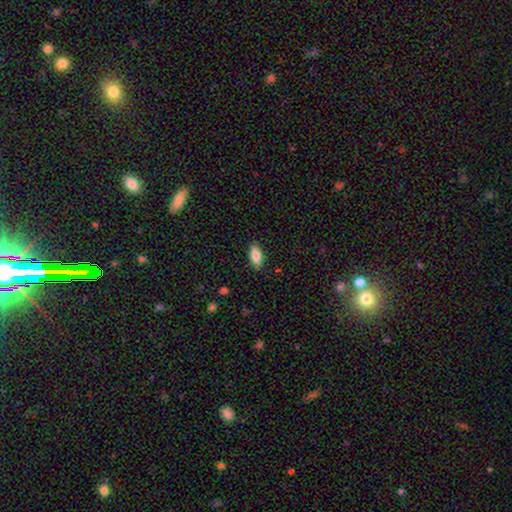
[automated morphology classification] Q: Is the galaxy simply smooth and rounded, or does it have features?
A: smooth — 85%.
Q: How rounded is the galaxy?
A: in between — 83%.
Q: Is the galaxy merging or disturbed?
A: none — 89%.